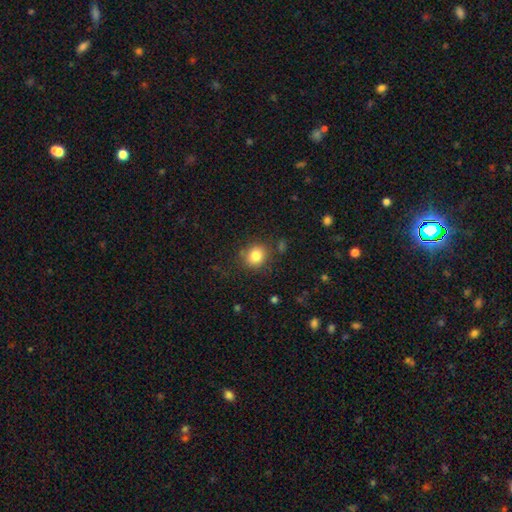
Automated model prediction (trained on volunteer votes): Smooth or featured? Predicted: smooth (p=0.83). How rounded? Predicted: round (p=0.79). Merging? Predicted: none (p=0.81).